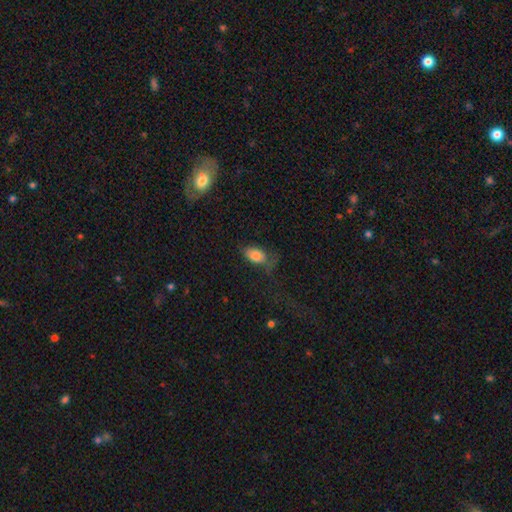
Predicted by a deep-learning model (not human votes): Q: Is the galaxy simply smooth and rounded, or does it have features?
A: smooth — 80%.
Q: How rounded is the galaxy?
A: in between — 90%.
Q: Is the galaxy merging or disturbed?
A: none — 43%.